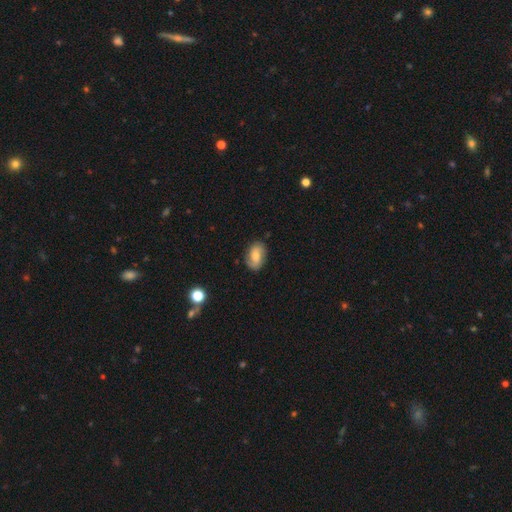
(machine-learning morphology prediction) A featured or disk galaxy (46%, tied with smooth).

Vote fractions:
- Smooth or featured? featured or disk: 46% (tied) / smooth: 46% (tied) / star or artifact: 8%
- Merging? none: 78% / minor disturbance: 16% / major disturbance: 4% / merger: 1%